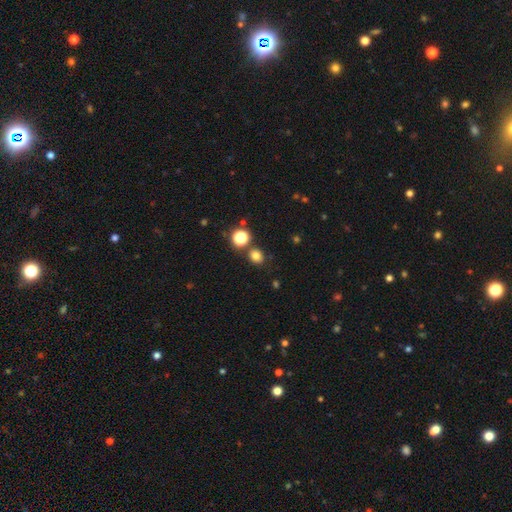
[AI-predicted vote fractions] Morphology: type=smooth (77%); roundness=round (75%); merging=none (79%).